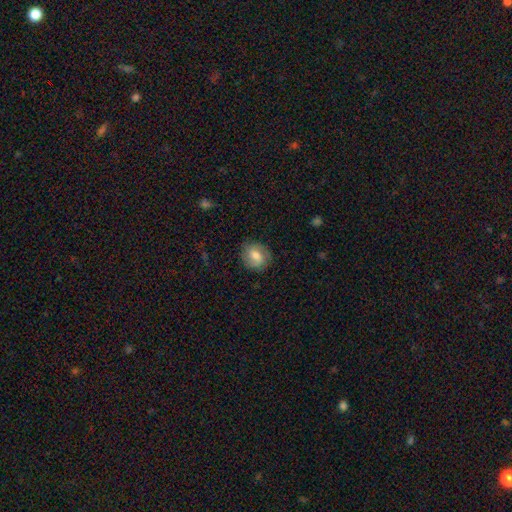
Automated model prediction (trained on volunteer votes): Morphology: type=smooth (58%); roundness=round (75%); merging=none (81%).